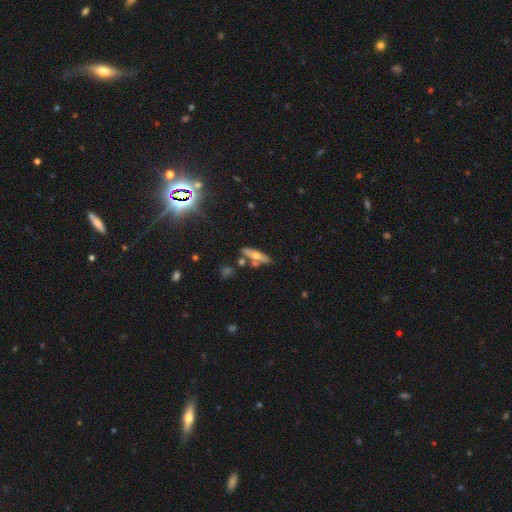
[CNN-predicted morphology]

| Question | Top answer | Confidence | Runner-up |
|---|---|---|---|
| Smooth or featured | smooth | 51% | featured or disk (40%) |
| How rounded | cigar-shaped | 61% | in between (35%) |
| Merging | none | 68% | minor disturbance (14%) |